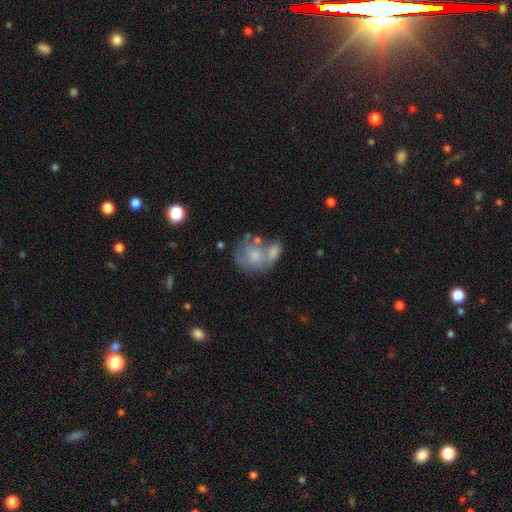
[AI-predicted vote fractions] smooth 50%, featured or disk 42%, star or artifact 9%. Down the decision tree: merging — merger (44%).